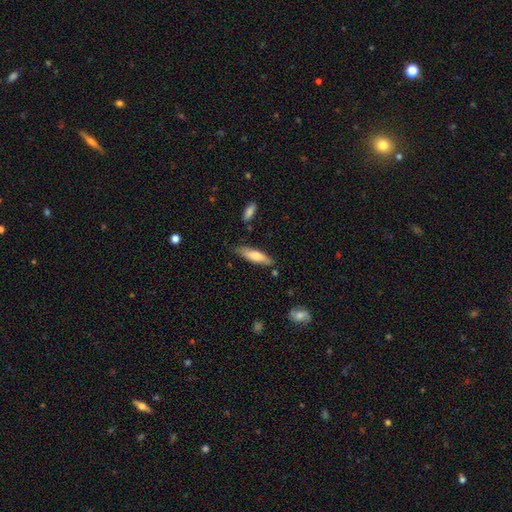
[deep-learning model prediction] Overall: smooth (68%). How rounded: cigar-shaped (66%; in between 32%). Merging: none (78%).